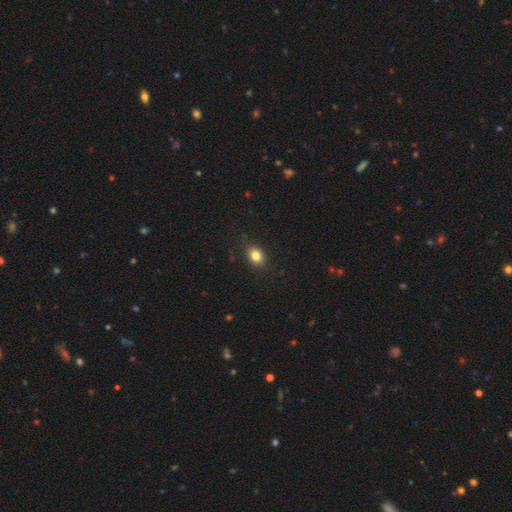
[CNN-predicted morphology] smooth_or_featured: smooth (p=0.83) [alt: star or artifact p=0.10]
how_rounded: in between (p=0.60) [alt: round p=0.39]
merging: none (p=0.85) [alt: minor disturbance p=0.11]